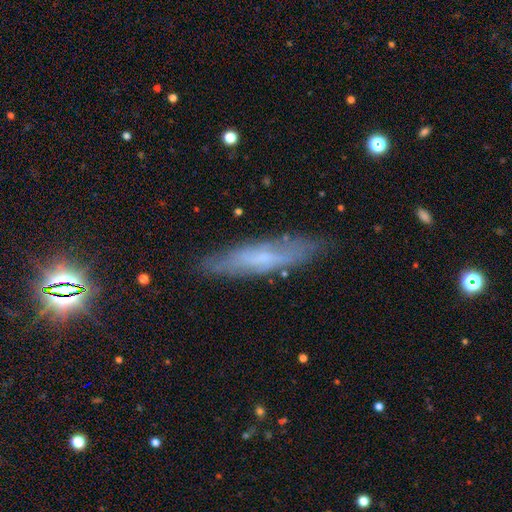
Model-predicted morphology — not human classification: smooth_or_featured: featured or disk (p=0.51) [alt: smooth p=0.38]
disk_edge_on: yes (p=0.64) [alt: no p=0.36]
merging: none (p=0.84) [alt: minor disturbance p=0.12]